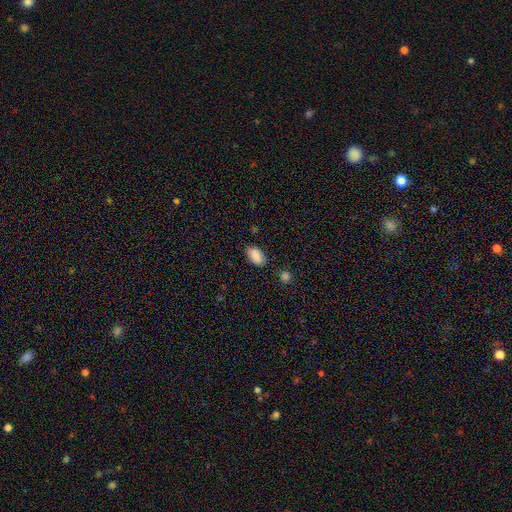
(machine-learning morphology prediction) smooth 87%, star or artifact 8%, featured or disk 4%. Down the decision tree: how rounded — in between (93%); merging — none (80%).